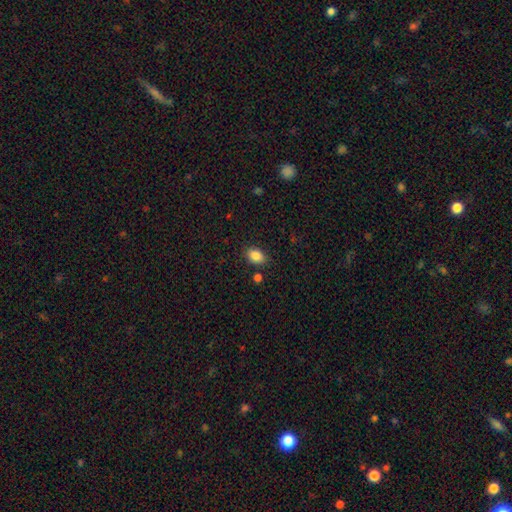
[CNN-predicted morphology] type=smooth (86%); roundness=in between (79%); merging=none (82%).